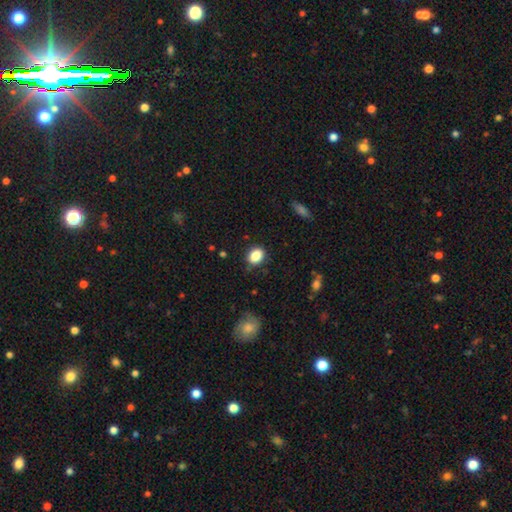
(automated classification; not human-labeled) smooth 87%, star or artifact 9%, featured or disk 5%. Down the decision tree: how rounded — in between (62%); merging — none (85%).